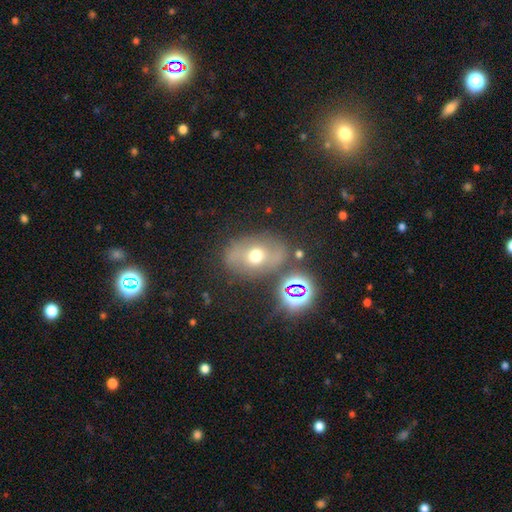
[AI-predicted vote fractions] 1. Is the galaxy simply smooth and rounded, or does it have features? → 48% smooth, 33% featured or disk, 19% star or artifact.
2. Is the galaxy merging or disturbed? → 70% none, 15% minor disturbance, 8% major disturbance, 7% merger.